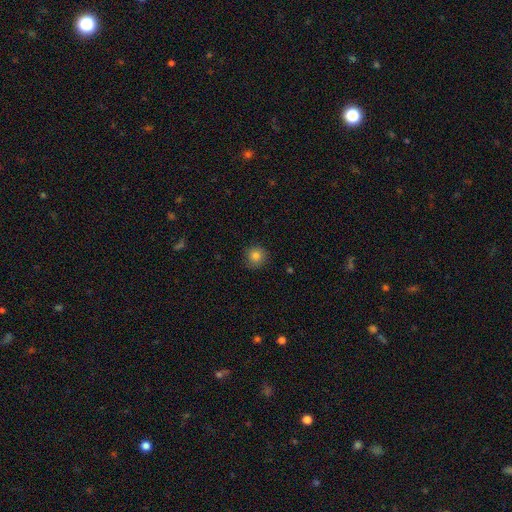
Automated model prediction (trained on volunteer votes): Overall: smooth (82%). How rounded: round (93%). Merging: none (85%).